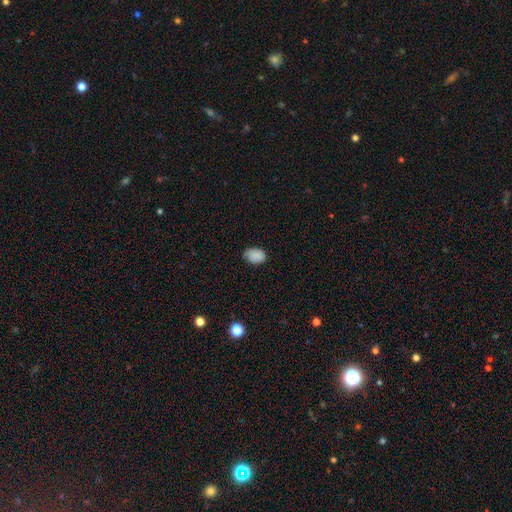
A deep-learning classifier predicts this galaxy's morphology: Smooth or featured? smooth (85%)
How rounded? in between (80%)
Merging? none (66%)